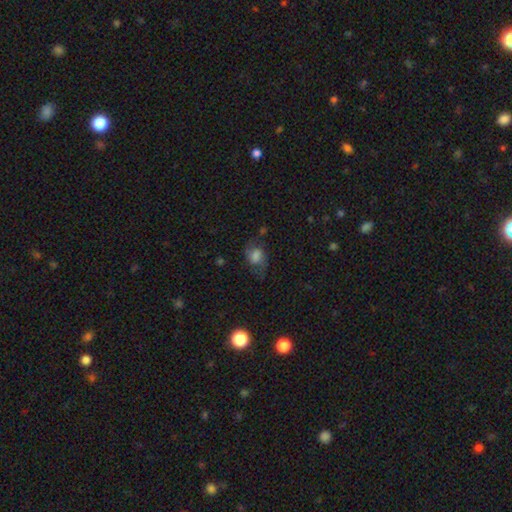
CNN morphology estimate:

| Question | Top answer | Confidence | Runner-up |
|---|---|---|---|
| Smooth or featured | smooth | 51% | featured or disk (36%) |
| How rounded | in between | 65% | round (33%) |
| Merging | none | 52% | minor disturbance (25%) |